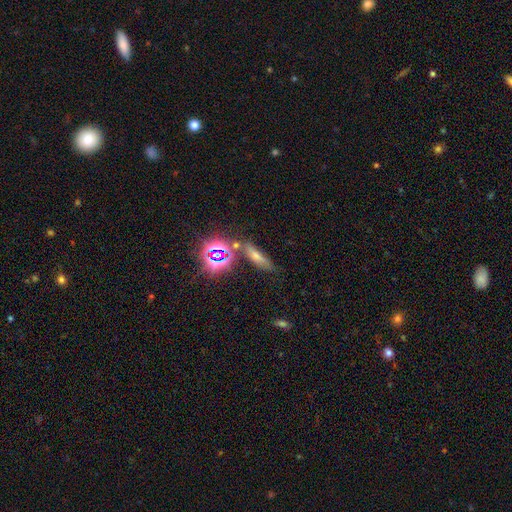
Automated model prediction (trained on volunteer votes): Smooth or featured? Predicted: smooth (p=0.39, tied with star or artifact). Merging? Predicted: none (p=0.74).